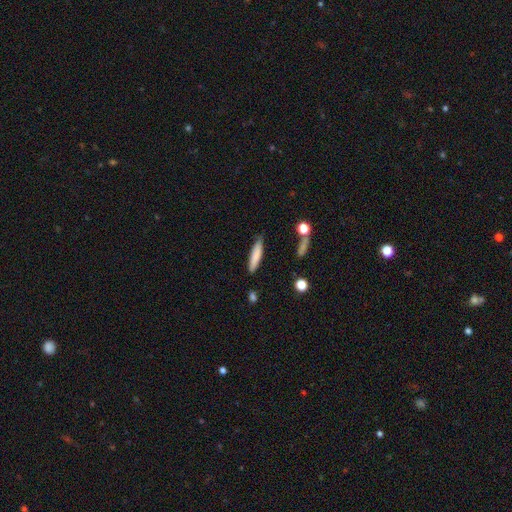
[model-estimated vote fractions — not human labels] Smooth or featured: smooth — 80% (featured or disk — 13%)
How rounded: cigar-shaped — 82% (in between — 16%)
Merging: none — 80% (minor disturbance — 14%)